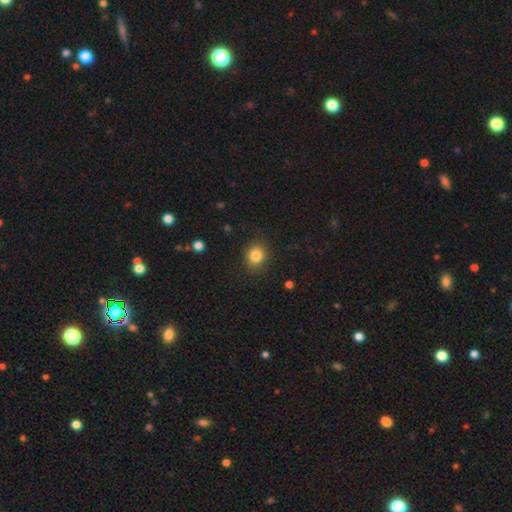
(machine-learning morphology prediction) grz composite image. It shows a smooth galaxy with no disk features (84%) that is round (68%). Merging: none (87%).